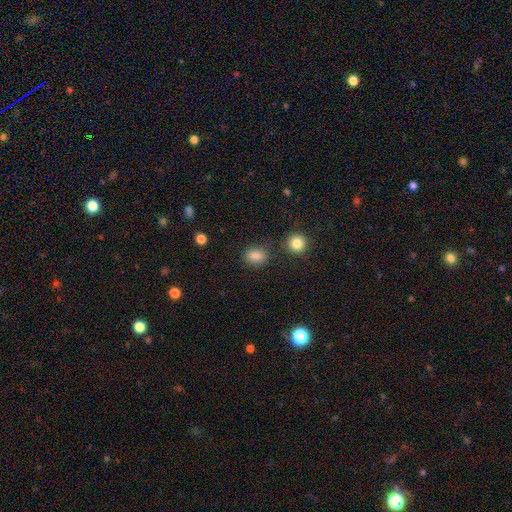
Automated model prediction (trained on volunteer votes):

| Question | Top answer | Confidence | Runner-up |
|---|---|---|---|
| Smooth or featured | smooth | 84% | star or artifact (11%) |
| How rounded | in between | 58% | round (41%) |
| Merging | none | 76% | minor disturbance (14%) |